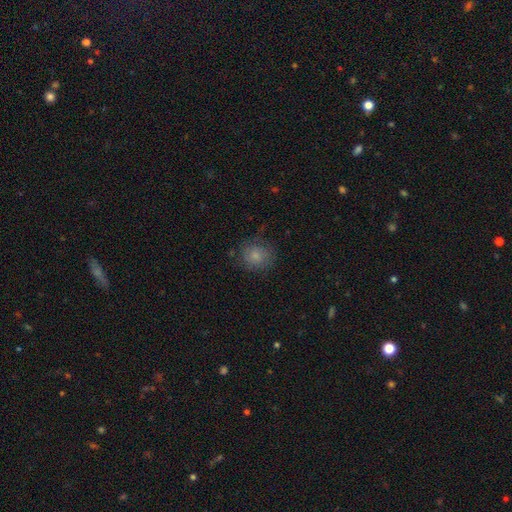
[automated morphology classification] Smooth or featured? smooth (78%)
How rounded? round (84%)
Merging? none (72%)